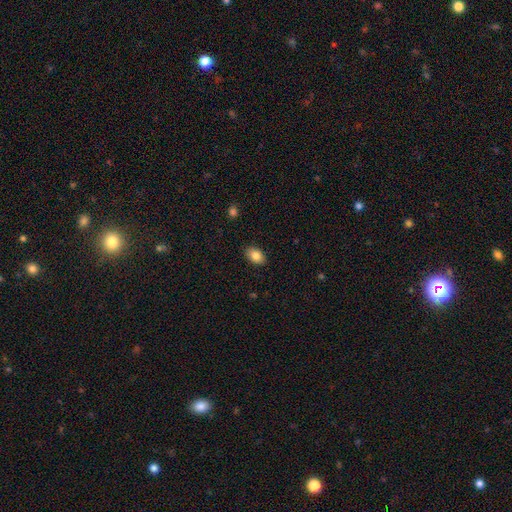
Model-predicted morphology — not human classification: Smooth or featured: smooth — 85% (star or artifact — 8%)
How rounded: in between — 87% (round — 12%)
Merging: none — 88% (minor disturbance — 9%)